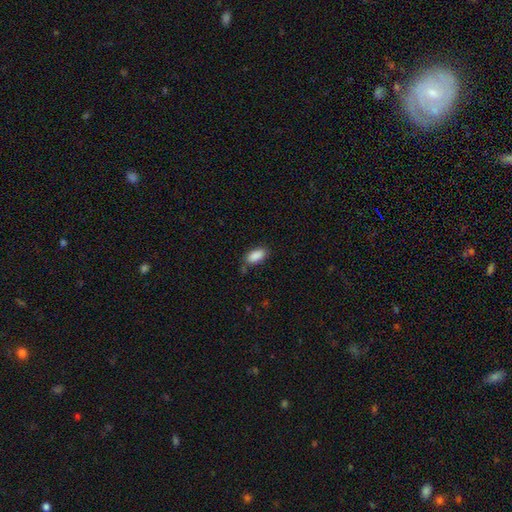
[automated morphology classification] smooth_or_featured: smooth (p=0.88) [alt: star or artifact p=0.07]
how_rounded: in between (p=0.91) [alt: cigar-shaped p=0.07]
merging: none (p=0.75) [alt: minor disturbance p=0.17]